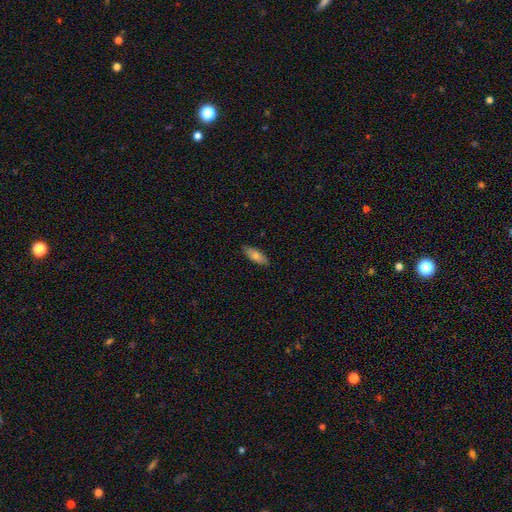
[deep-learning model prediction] smooth-or-featured: smooth: 76% | featured or disk: 18% | star or artifact: 6%
  how-rounded: in between: 70% | cigar-shaped: 28% | round: 2%
  merging: none: 85% | minor disturbance: 12% | major disturbance: 2% | merger: 1%